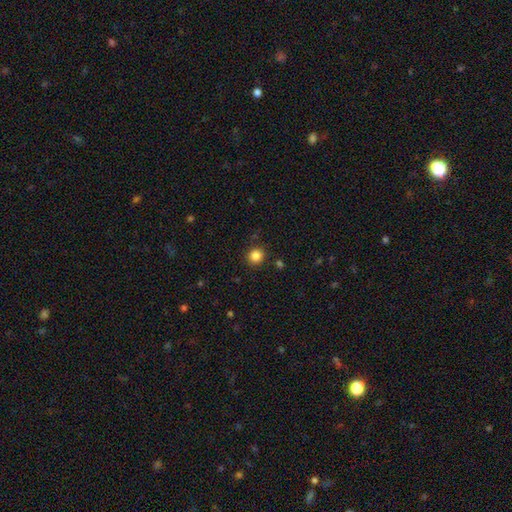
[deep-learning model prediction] Smooth or featured? Predicted: smooth (p=0.84). How rounded? Predicted: round (p=0.90). Merging? Predicted: none (p=0.89).